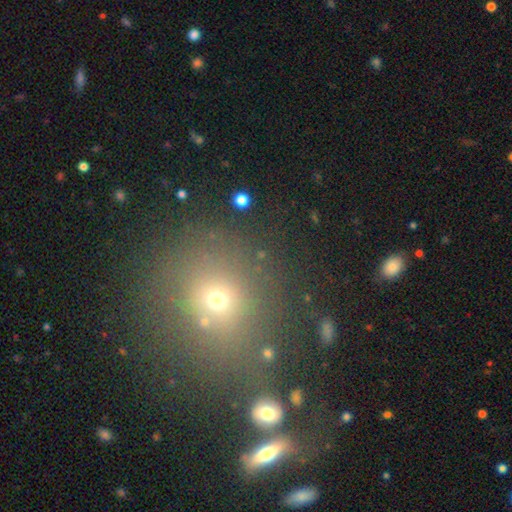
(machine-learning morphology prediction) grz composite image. It shows a smooth galaxy with no disk features (50%) that is round (87%). Merging: none (77%).